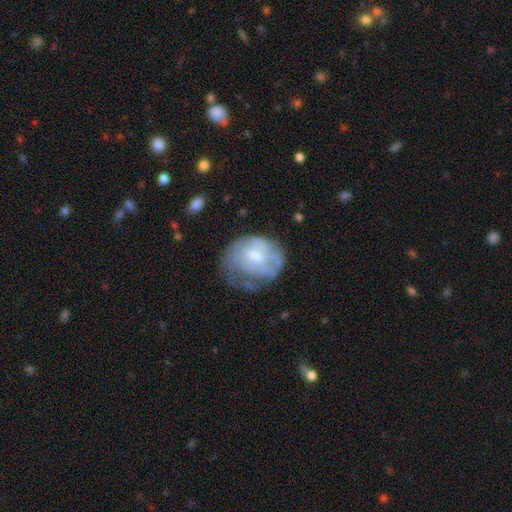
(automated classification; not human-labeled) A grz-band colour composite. It shows a featured or disk galaxy (62%) with no bar (62%), spiral arms (67%) and a moderate central bulge (47%). Merging: none (43%).